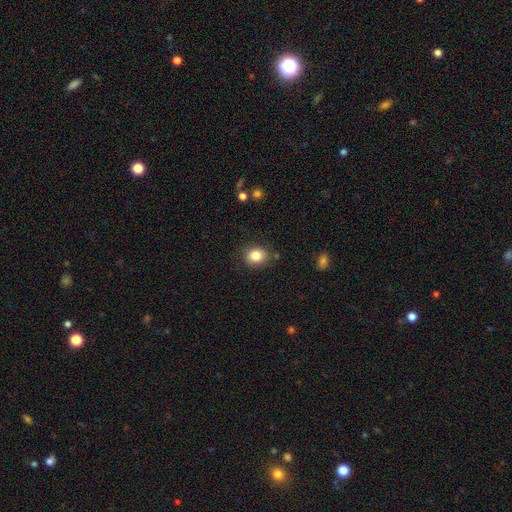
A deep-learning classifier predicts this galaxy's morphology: smooth-or-featured: smooth: 84% | star or artifact: 10% | featured or disk: 6%
  how-rounded: round: 63% | in between: 36% | cigar-shaped: 1%
  merging: none: 83% | minor disturbance: 12% | major disturbance: 3% | merger: 2%